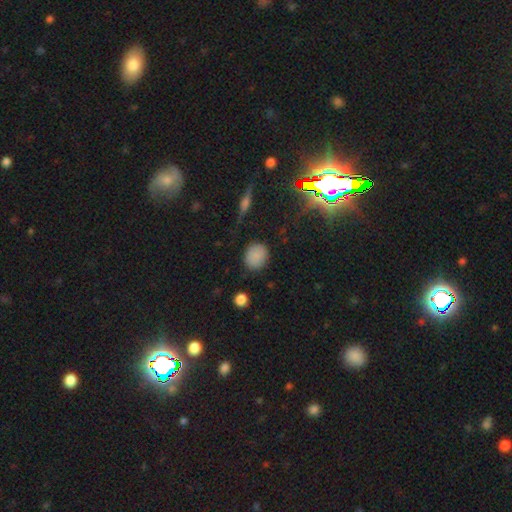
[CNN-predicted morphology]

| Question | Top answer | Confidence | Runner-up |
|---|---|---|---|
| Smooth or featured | smooth | 85% | star or artifact (10%) |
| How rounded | round | 74% | in between (24%) |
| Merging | none | 84% | minor disturbance (11%) |